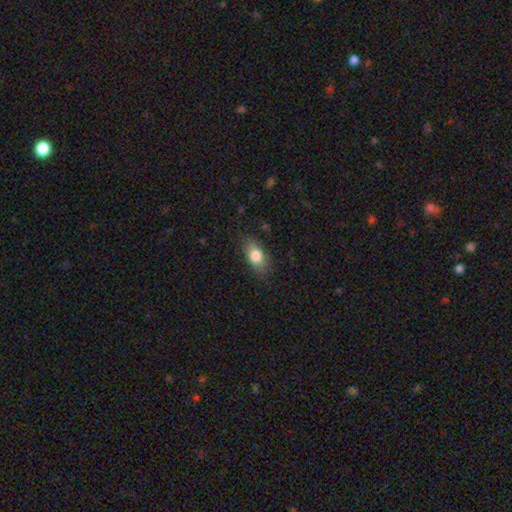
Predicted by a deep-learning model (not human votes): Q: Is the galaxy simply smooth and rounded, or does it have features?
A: smooth — 79%.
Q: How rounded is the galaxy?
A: in between — 84%.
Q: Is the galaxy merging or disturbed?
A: none — 80%.